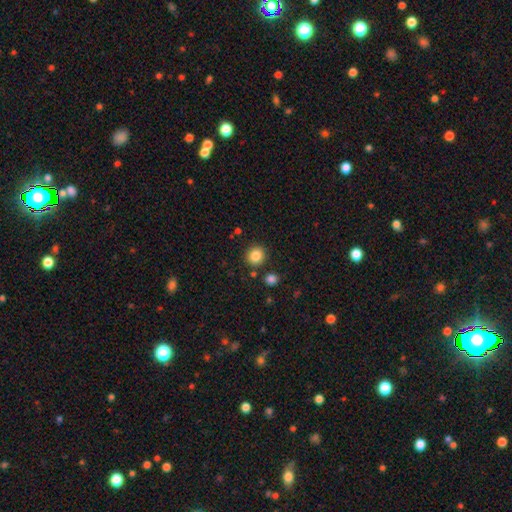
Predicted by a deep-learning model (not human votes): Smooth or featured? smooth (85%)
How rounded? round (90%)
Merging? none (86%)